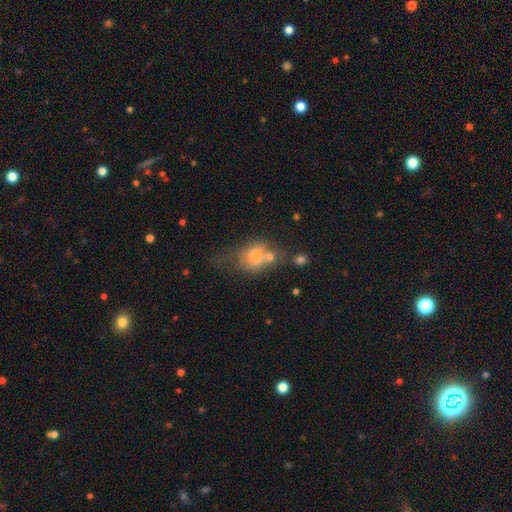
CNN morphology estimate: smooth_or_featured: smooth (p=0.60) [alt: featured or disk p=0.26]
how_rounded: in between (p=0.49) [tied with: round p=0.49]
merging: merger (p=0.37) [alt: none p=0.30]